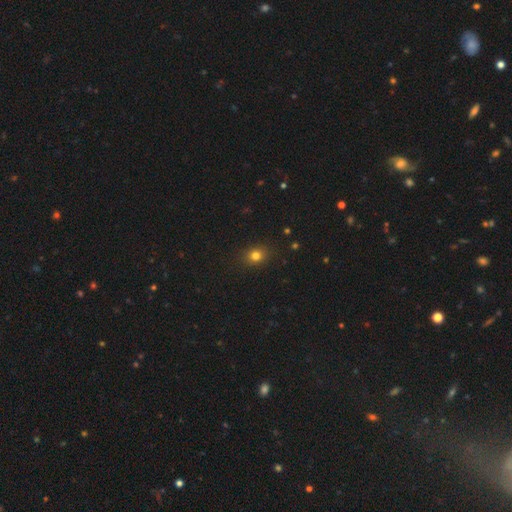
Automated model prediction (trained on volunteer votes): smooth_or_featured: smooth (p=0.79) [alt: star or artifact p=0.15]
how_rounded: round (p=0.61) [alt: in between p=0.38]
merging: none (p=0.88) [alt: minor disturbance p=0.08]